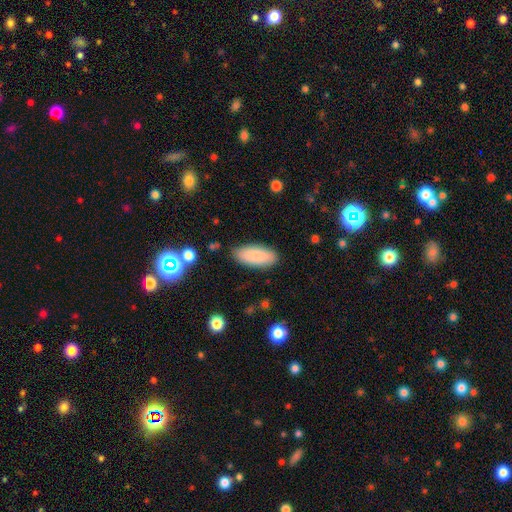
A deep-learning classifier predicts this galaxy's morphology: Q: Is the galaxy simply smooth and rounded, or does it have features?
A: smooth — 87%.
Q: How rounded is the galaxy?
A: in between — 83%.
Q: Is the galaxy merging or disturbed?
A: none — 84%.